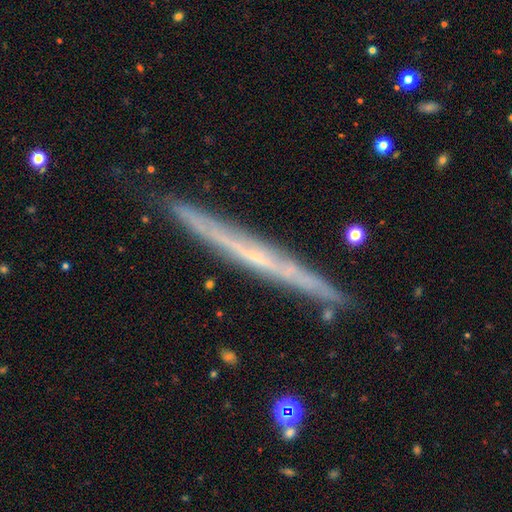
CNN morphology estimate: type=featured or disk (71%); edge-on=yes (96%); edge-on bulge=none (72%); merging=none (87%).